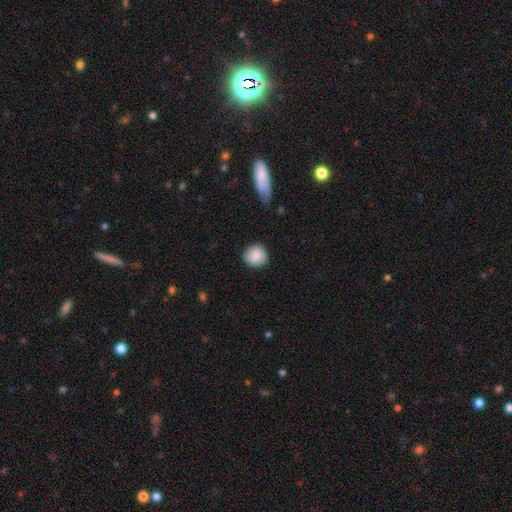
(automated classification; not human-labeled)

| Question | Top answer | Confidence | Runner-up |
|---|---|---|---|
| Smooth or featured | smooth | 84% | featured or disk (9%) |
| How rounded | round | 89% | in between (10%) |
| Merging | none | 84% | minor disturbance (12%) |